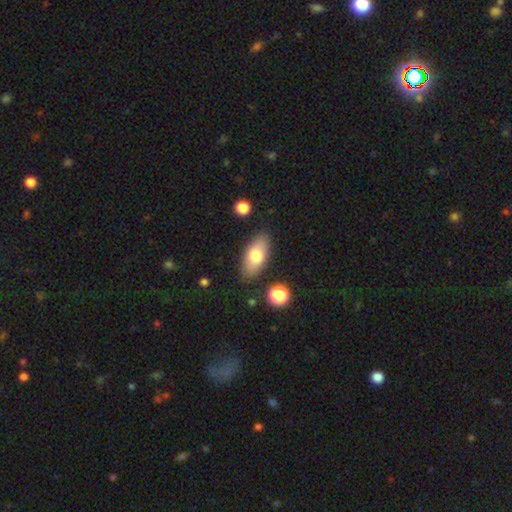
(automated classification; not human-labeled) This is likely a smooth galaxy (73%). How rounded: clearly in between (87%). Merging: clearly none (84%).